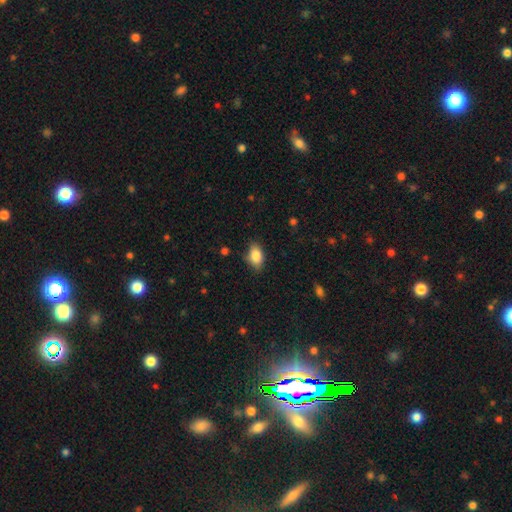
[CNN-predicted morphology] Overall: smooth (84%). How rounded: in between (86%). Merging: none (74%).